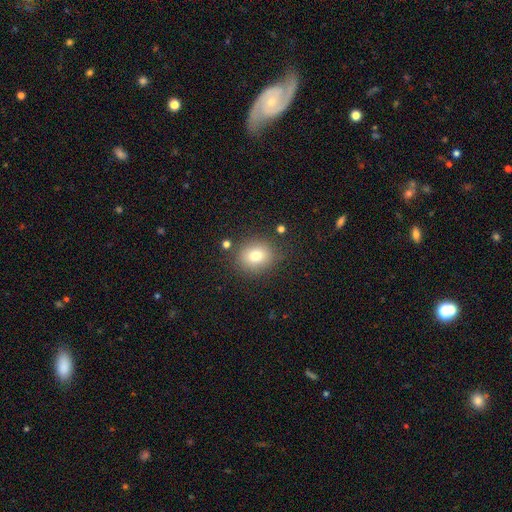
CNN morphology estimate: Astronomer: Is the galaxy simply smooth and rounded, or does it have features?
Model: smooth — 77%.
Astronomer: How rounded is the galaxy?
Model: round — 73%.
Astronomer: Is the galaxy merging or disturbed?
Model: none — 83%.